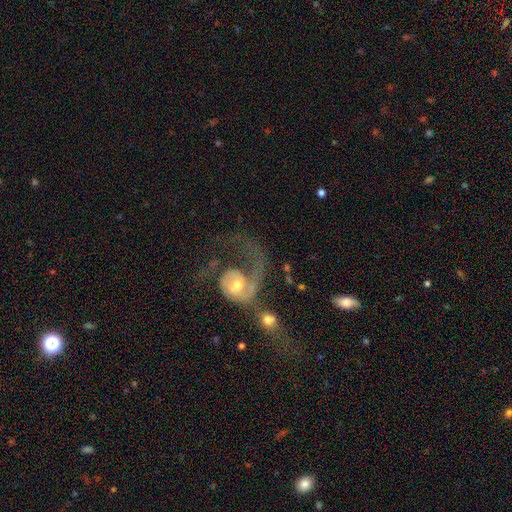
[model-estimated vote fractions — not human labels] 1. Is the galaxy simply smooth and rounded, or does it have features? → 83% featured or disk, 9% smooth, 8% star or artifact.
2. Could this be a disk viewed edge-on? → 98% no, 2% yes.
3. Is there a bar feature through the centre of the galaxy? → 69% no, 24% weak, 7% strong.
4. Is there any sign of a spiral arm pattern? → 89% yes, 11% no.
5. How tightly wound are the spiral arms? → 42% medium, 40% loose, 18% tight.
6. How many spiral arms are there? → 56% 1, 33% 2, 6% can't tell, 2% 3, 2% 4, 2% more than 4.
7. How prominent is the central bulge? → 54% moderate, 32% small, 8% large, 3% none, 2% dominant.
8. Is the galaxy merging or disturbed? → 36% major disturbance, 30% merger, 23% none, 11% minor disturbance.